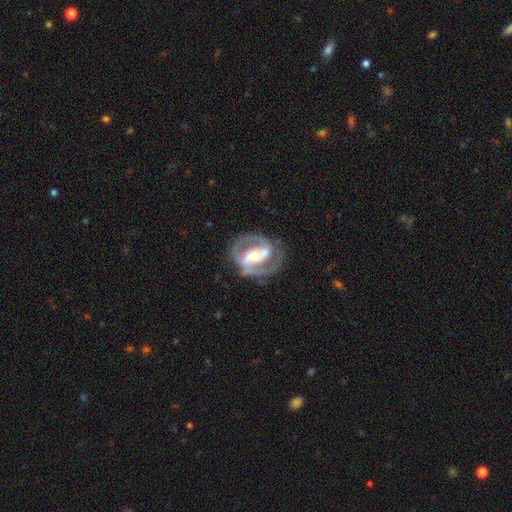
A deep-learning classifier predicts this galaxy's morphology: Smooth or featured? Predicted: featured or disk (p=0.89). Edge-on disk? Predicted: no (p=0.97). Bar? Predicted: strong (p=0.63). Spiral arms? Predicted: yes (p=0.94). Spiral winding? Predicted: medium (p=0.53). Spiral arm count? Predicted: 2 (p=0.90). Bulge size? Predicted: moderate (p=0.64). Merging? Predicted: none (p=0.77).